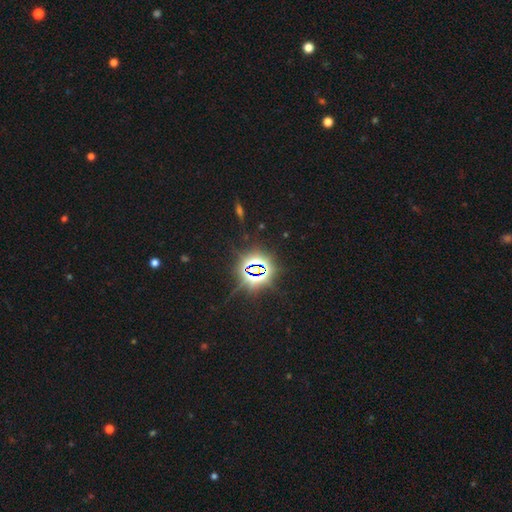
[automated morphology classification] Smooth or featured?
  - star or artifact: 82% *
  - smooth: 10%
  - featured or disk: 8%